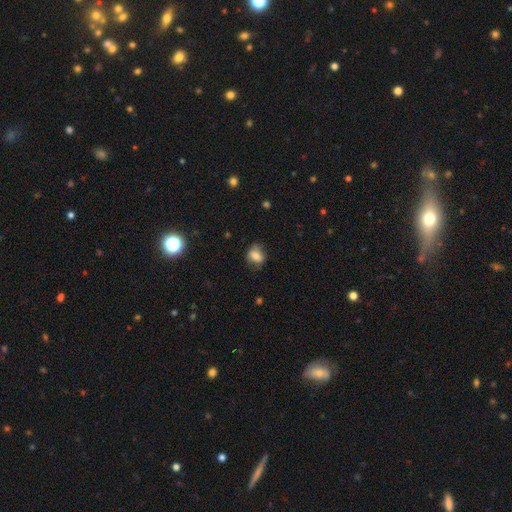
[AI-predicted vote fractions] Smooth or featured: smooth — 73% (featured or disk — 17%)
How rounded: in between — 50% (round — 48%)
Merging: none — 70% (minor disturbance — 22%)